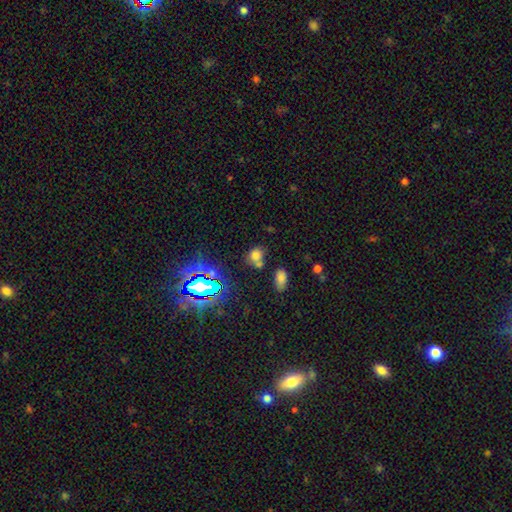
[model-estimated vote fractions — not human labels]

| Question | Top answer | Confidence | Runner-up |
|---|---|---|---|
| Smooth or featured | smooth | 66% | star or artifact (25%) |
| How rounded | round | 57% | in between (41%) |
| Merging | none | 54% | merger (25%) |